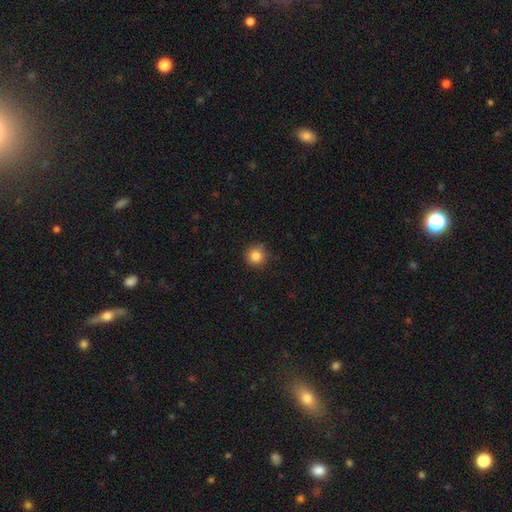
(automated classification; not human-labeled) The model was most divided on "smooth or featured": smooth: 84%, star or artifact: 11%, featured or disk: 6%. More confident: how rounded — round (94%); merging — none (89%).